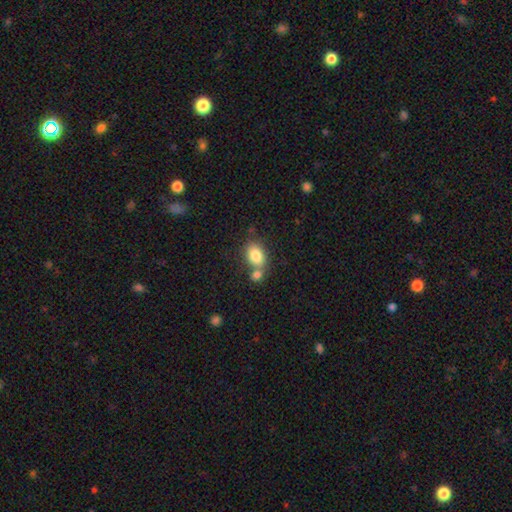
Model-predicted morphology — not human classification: This is clearly a smooth galaxy (82%). How rounded: clearly in between (80%). Merging: possibly none (48%).